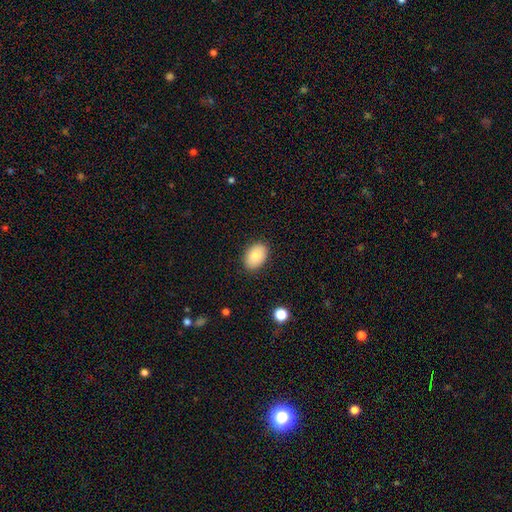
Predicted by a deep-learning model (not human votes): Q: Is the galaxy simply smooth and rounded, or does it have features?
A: smooth — 84%.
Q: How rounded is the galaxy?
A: in between — 86%.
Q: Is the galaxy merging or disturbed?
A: none — 88%.